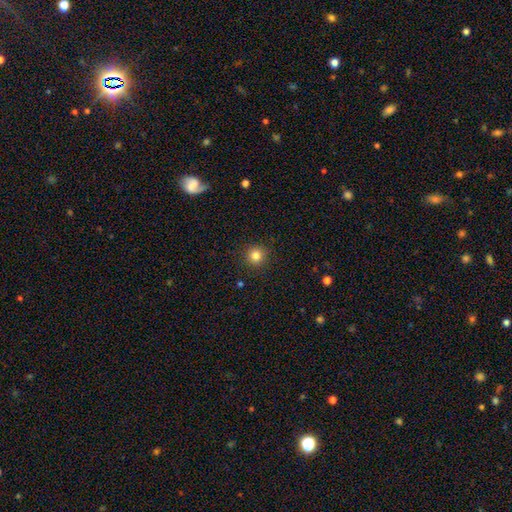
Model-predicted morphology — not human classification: Smooth or featured? smooth (83%)
How rounded? round (95%)
Merging? none (91%)